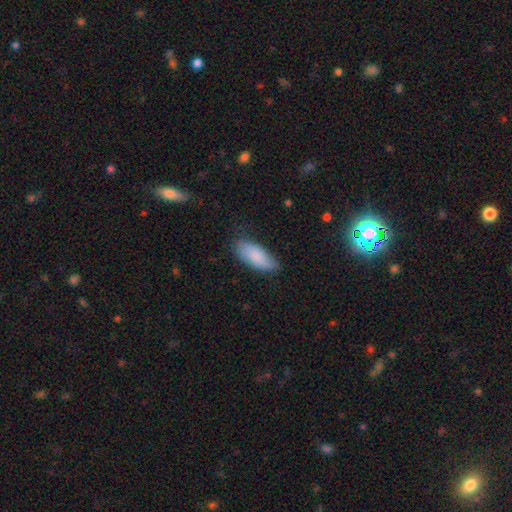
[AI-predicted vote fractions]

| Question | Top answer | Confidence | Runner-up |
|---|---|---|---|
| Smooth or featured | smooth | 85% | featured or disk (9%) |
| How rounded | in between | 81% | cigar-shaped (17%) |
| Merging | none | 74% | minor disturbance (21%) |